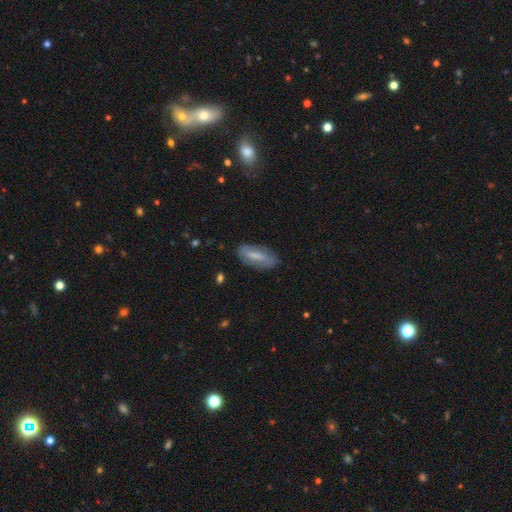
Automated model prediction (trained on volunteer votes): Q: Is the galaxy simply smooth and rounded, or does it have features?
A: smooth — 60%.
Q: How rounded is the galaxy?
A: in between — 75%.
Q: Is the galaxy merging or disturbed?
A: none — 81%.